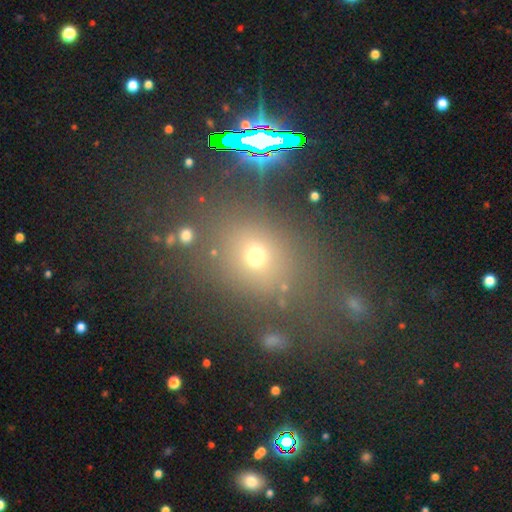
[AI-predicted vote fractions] Morphology: type=smooth (60%); roundness=round (60%); merging=none (71%).